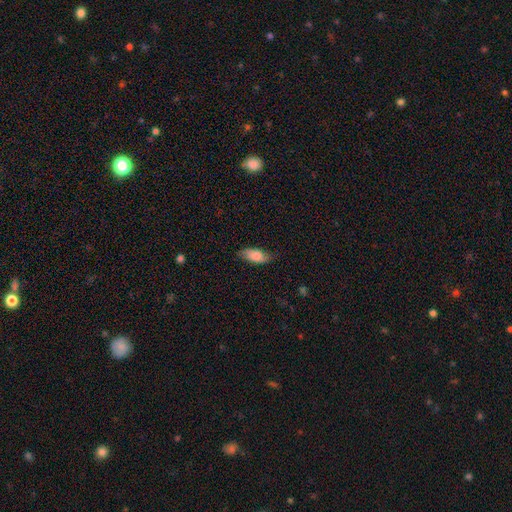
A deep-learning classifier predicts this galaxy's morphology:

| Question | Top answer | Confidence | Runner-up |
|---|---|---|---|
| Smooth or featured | smooth | 75% | featured or disk (18%) |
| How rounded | in between | 87% | cigar-shaped (11%) |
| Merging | none | 67% | minor disturbance (25%) |